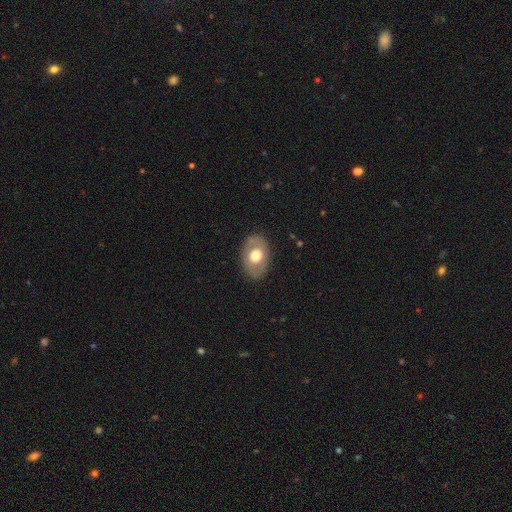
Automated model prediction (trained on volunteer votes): smooth-or-featured: smooth: 55% | featured or disk: 39% | star or artifact: 6%
  how-rounded: in between: 78% | round: 21% | cigar-shaped: 1%
  merging: none: 81% | minor disturbance: 13% | major disturbance: 4% | merger: 1%